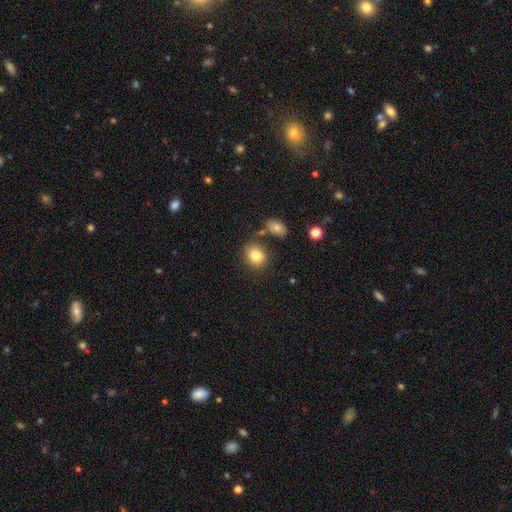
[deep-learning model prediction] Smooth or featured: smooth — 82% (star or artifact — 10%)
How rounded: round — 72% (in between — 28%)
Merging: none — 74% (minor disturbance — 13%)